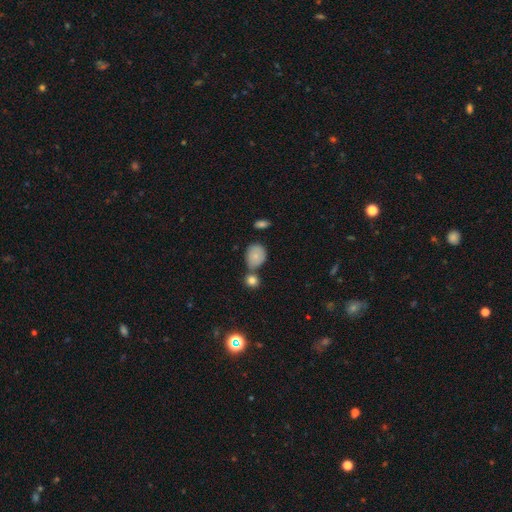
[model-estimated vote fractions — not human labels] This is likely a smooth galaxy (77%). How rounded: possibly round (57%). Merging: possibly none (51%).